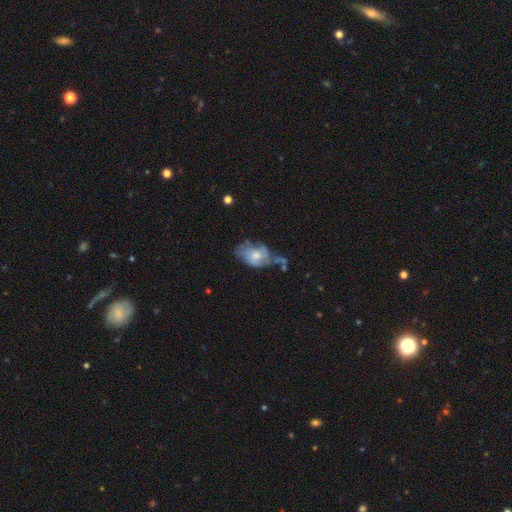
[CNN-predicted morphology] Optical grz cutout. It shows a featured or disk galaxy (51%). Merging: none (30%, tied with minor disturbance).